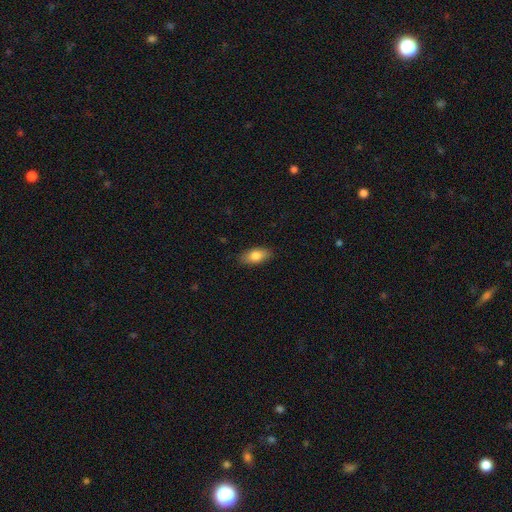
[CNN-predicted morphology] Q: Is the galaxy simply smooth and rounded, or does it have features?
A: smooth — 81%.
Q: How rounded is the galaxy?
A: in between — 90%.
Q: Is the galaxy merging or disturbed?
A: none — 86%.